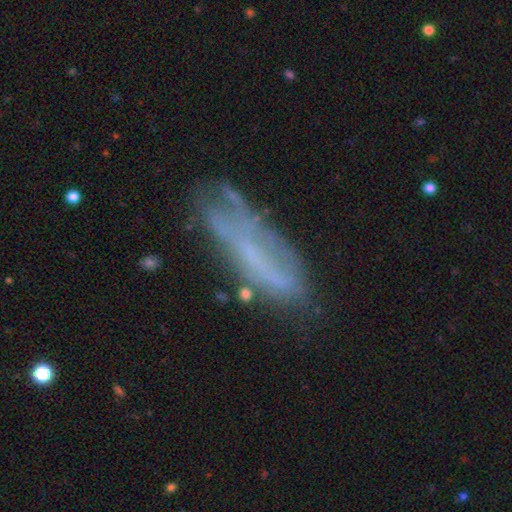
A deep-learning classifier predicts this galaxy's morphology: Smooth or featured?
  - featured or disk: 54% *
  - smooth: 33%
  - star or artifact: 13%
Edge-on disk?
  - no: 74% *
  - yes: 26%
Merging?
  - none: 54% *
  - minor disturbance: 25%
  - major disturbance: 17%
  - merger: 4%